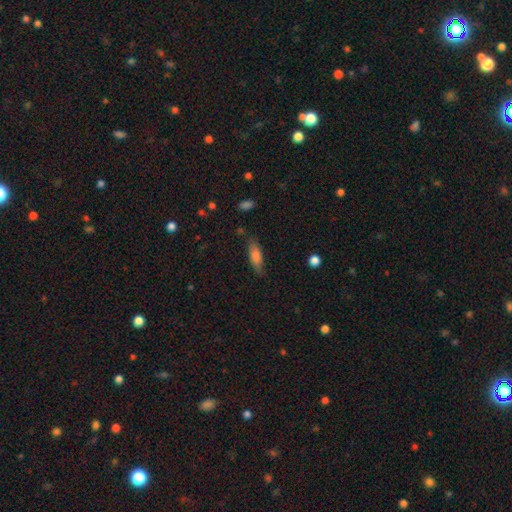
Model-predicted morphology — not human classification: Smooth or featured?
  - smooth: 75% *
  - featured or disk: 18%
  - star or artifact: 7%
How rounded?
  - in between: 53% *
  - cigar-shaped: 44%
  - round: 2%
Merging?
  - none: 77% *
  - minor disturbance: 17%
  - major disturbance: 4%
  - merger: 2%